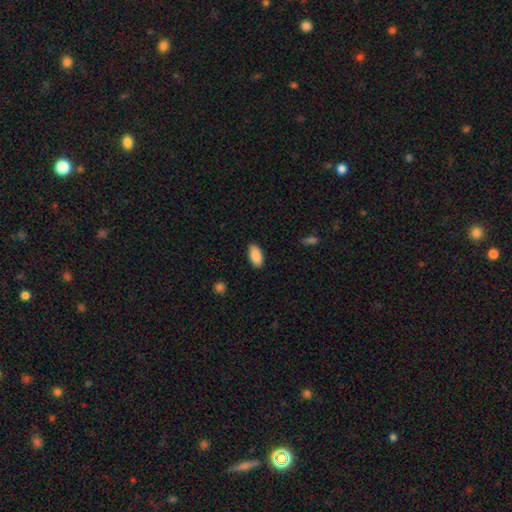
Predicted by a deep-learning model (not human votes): Overall: smooth (90%). How rounded: in between (93%). Merging: none (88%).